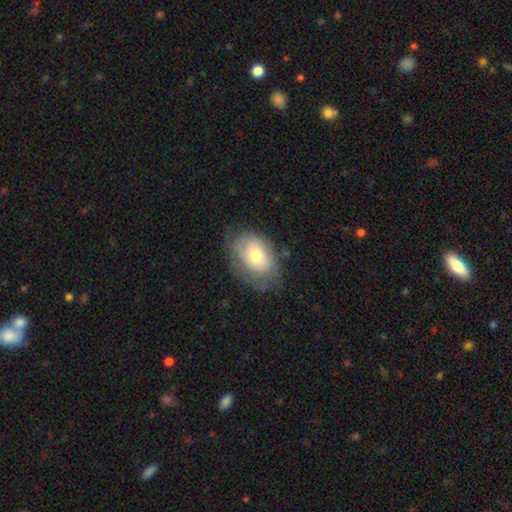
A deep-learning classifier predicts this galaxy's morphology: Smooth or featured? Predicted: smooth (p=0.58). How rounded? Predicted: in between (p=0.82). Merging? Predicted: none (p=0.60).